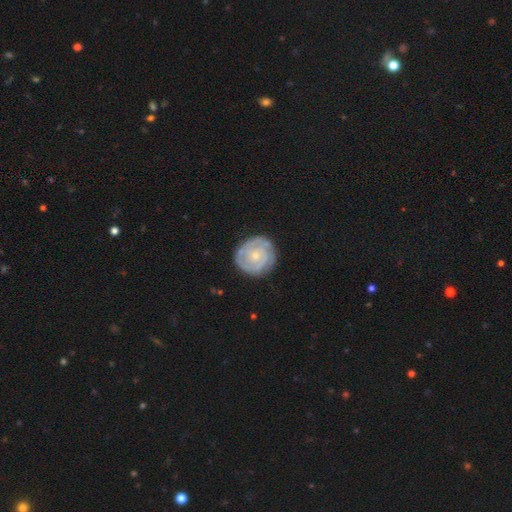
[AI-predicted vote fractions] Q: Smooth or featured?
A: featured or disk (81%); runner-up: smooth (15%)
Q: Edge-on disk?
A: no (98%); runner-up: yes (2%)
Q: Bar?
A: no (78%); runner-up: weak (19%)
Q: Spiral arms?
A: yes (94%); runner-up: no (6%)
Q: Spiral winding?
A: tight (76%); runner-up: medium (19%)
Q: Spiral arm count?
A: 2 (34%); runner-up: can't tell (25%)
Q: Bulge size?
A: small (73%); runner-up: moderate (22%)
Q: Merging?
A: none (81%); runner-up: minor disturbance (14%)